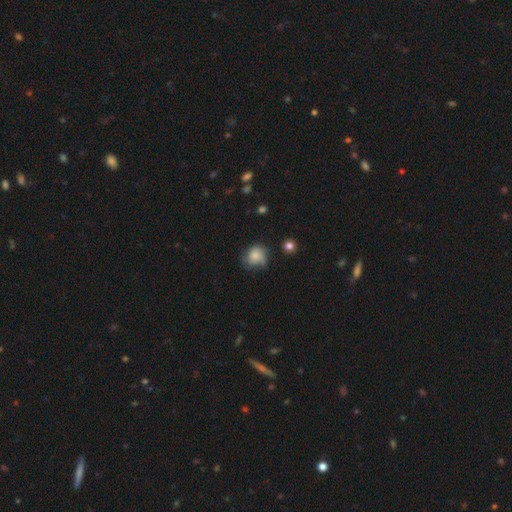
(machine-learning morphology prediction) smooth-or-featured: smooth: 72% | featured or disk: 18% | star or artifact: 10%
  how-rounded: round: 69% | in between: 30% | cigar-shaped: 1%
  merging: none: 49% | minor disturbance: 33% | major disturbance: 15% | merger: 3%